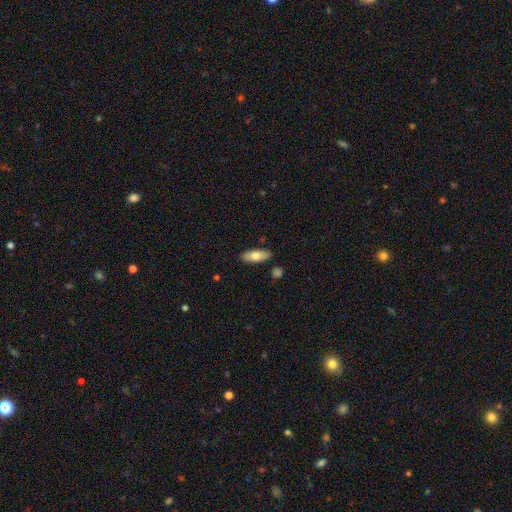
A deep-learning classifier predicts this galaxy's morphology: A smooth galaxy with no disk features (74%) that is in between round and cigar-shaped (78%).

Vote fractions:
- Smooth or featured? smooth: 74% / featured or disk: 20% / star or artifact: 6%
- How rounded? in between: 78% / cigar-shaped: 20% / round: 2%
- Merging? none: 86% / minor disturbance: 9% / merger: 2% / major disturbance: 2%